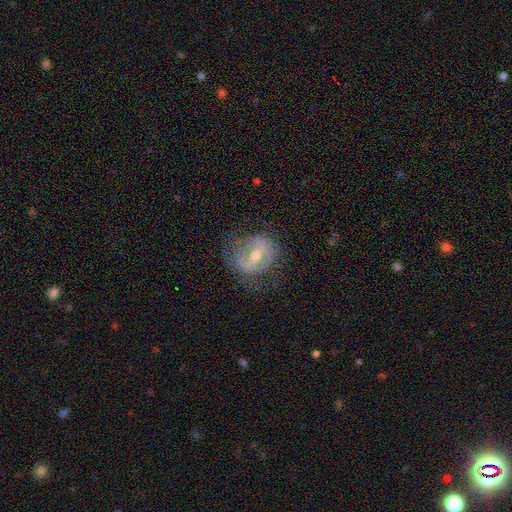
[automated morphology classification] featured or disk 74%, smooth 19%, star or artifact 7%. Down the decision tree: edge-on disk — no (94%); bar — strong (50%); spiral arms — yes (60%); bulge size — moderate (63%); merging — none (64%).